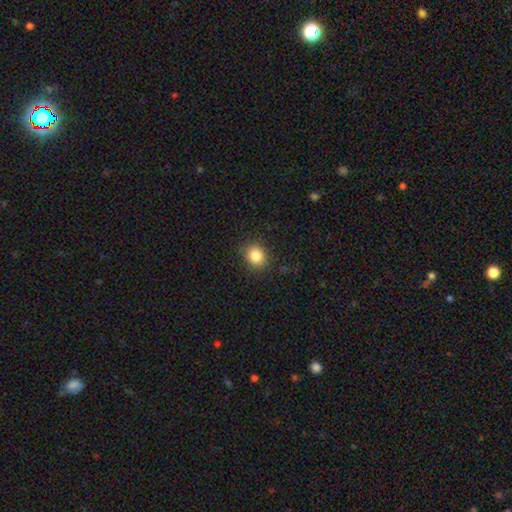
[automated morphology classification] Smooth or featured: smooth — 83% (star or artifact — 11%)
How rounded: round — 74% (in between — 25%)
Merging: none — 88% (minor disturbance — 8%)